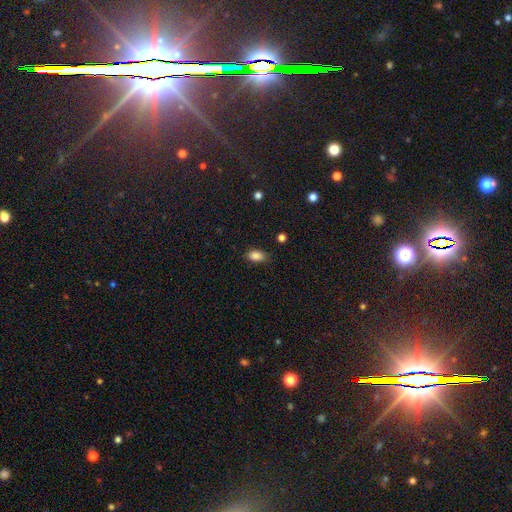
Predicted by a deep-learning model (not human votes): Smooth or featured? smooth (87%)
How rounded? in between (88%)
Merging? none (82%)